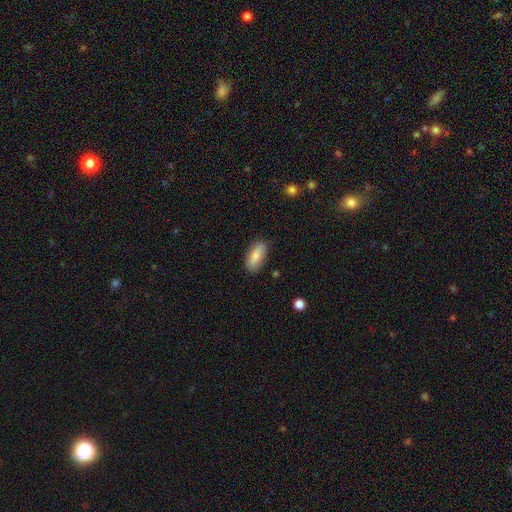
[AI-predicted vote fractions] This is likely a smooth galaxy (78%). How rounded: clearly in between (84%). Merging: clearly none (83%).